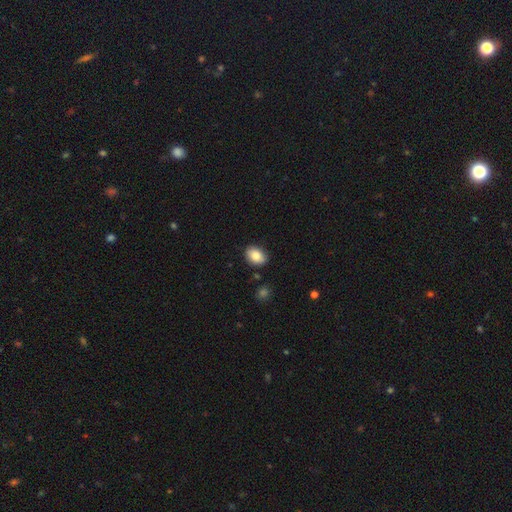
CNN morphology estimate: This appears to be a smooth galaxy with no disk features (85%) that is in between round and cigar-shaped (78%). Merging: none (85%).